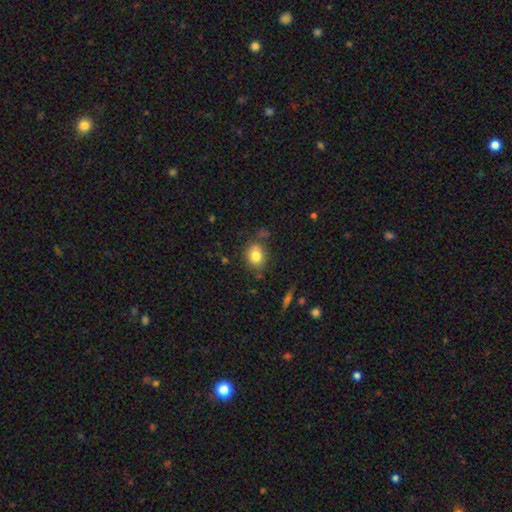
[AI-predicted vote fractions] smooth-or-featured: smooth: 81% | featured or disk: 10% | star or artifact: 10%
  how-rounded: in between: 53% | round: 46% | cigar-shaped: 1%
  merging: none: 75% | minor disturbance: 15% | merger: 5% | major disturbance: 4%